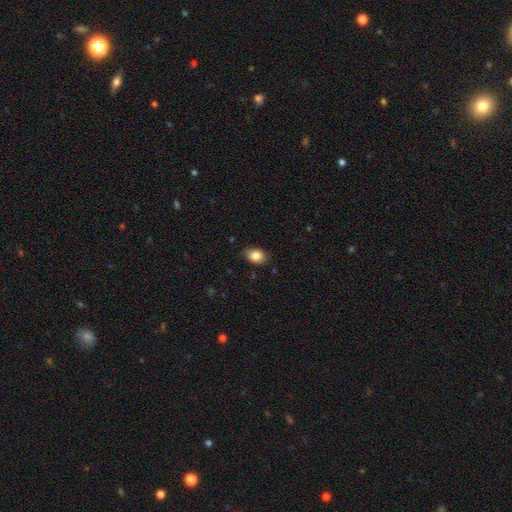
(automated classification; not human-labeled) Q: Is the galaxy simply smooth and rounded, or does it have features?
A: smooth — 86%.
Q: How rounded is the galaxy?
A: in between — 74%.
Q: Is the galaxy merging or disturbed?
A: none — 80%.